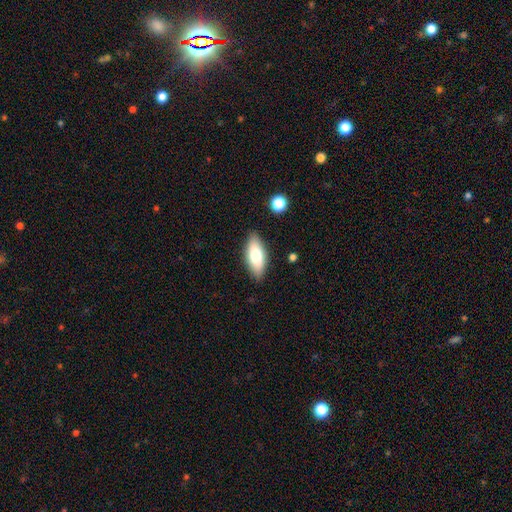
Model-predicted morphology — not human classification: smooth-or-featured: smooth: 72% | featured or disk: 21% | star or artifact: 7%
  how-rounded: in between: 83% | cigar-shaped: 15% | round: 2%
  merging: none: 85% | minor disturbance: 11% | major disturbance: 2% | merger: 2%